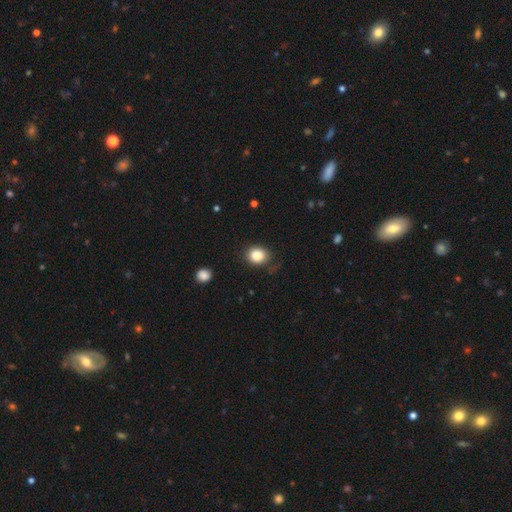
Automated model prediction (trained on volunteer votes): Morphology: type=smooth (86%); roundness=round (69%); merging=none (76%).